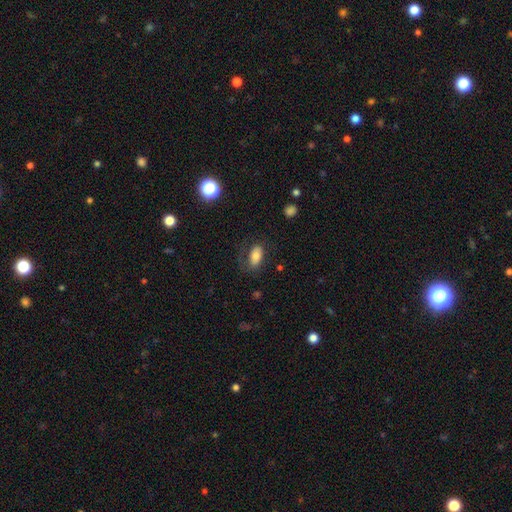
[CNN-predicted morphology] type=smooth (72%); roundness=in between (92%); merging=none (64%).